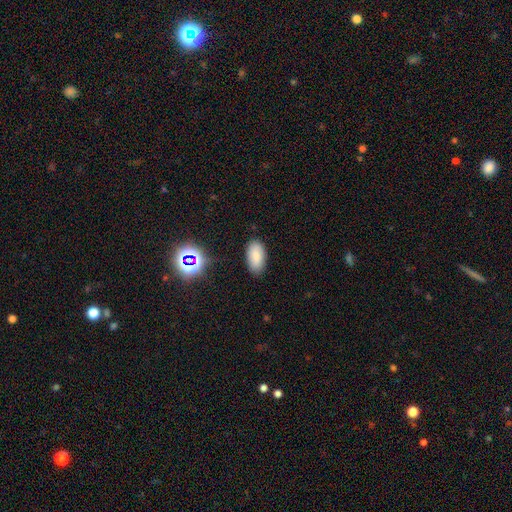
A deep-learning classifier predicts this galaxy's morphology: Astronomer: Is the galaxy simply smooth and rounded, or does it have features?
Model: smooth — 81%.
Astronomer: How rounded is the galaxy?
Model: in between — 94%.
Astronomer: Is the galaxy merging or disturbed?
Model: none — 84%.